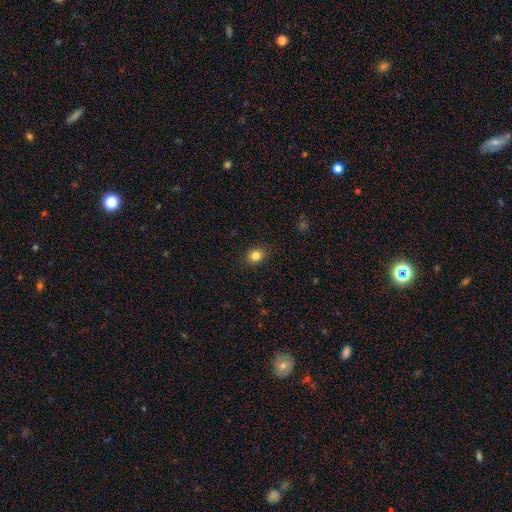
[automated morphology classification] smooth-or-featured: smooth: 83% | star or artifact: 11% | featured or disk: 6%
  how-rounded: round: 60% | in between: 39% | cigar-shaped: 1%
  merging: none: 89% | minor disturbance: 8% | major disturbance: 2% | merger: 1%